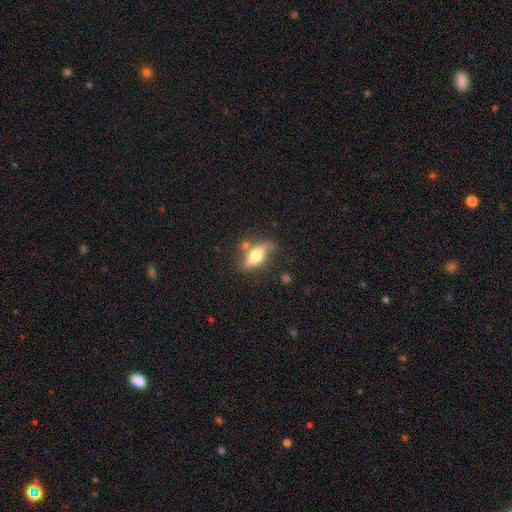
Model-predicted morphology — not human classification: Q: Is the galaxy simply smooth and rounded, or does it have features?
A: smooth — 53%.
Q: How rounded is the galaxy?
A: in between — 64%.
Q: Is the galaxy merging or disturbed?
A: none — 63%.